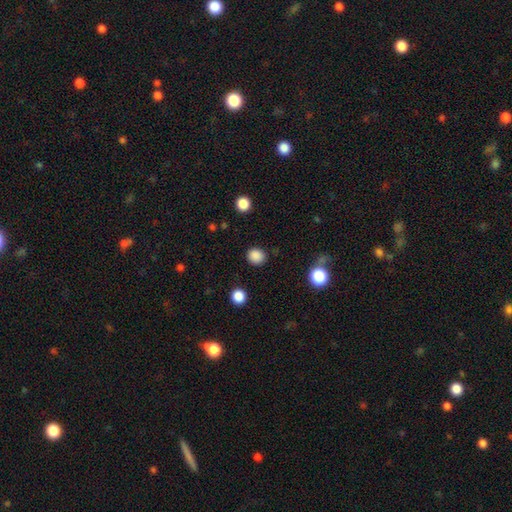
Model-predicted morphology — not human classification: This is clearly a smooth galaxy (86%). How rounded: clearly round (83%). Merging: clearly none (88%).